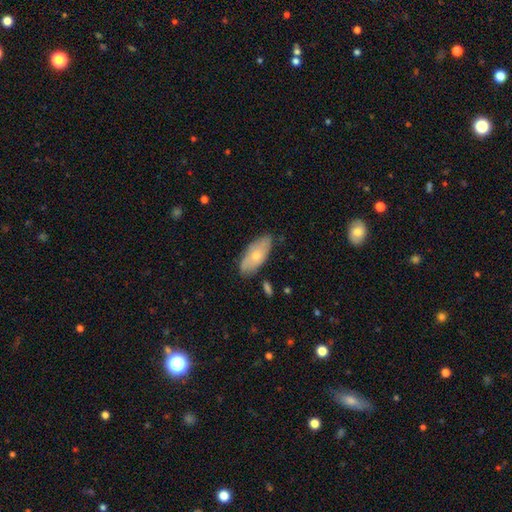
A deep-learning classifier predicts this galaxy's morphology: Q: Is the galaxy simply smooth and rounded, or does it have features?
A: smooth — 65%.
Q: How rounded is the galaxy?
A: in between — 88%.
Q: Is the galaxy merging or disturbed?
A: none — 76%.